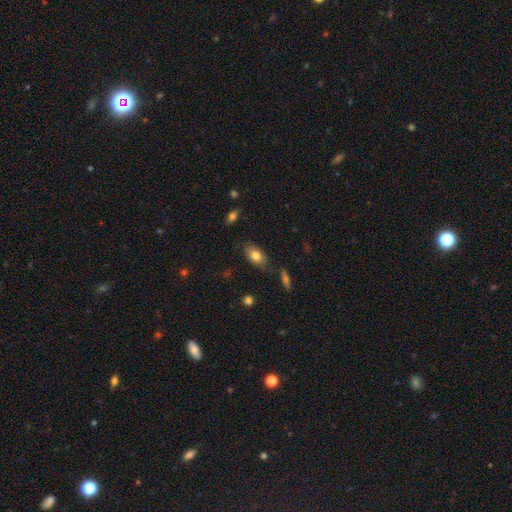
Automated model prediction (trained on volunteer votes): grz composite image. It shows a smooth galaxy with no disk features (78%) that is in between round and cigar-shaped (90%). Merging: none (77%).